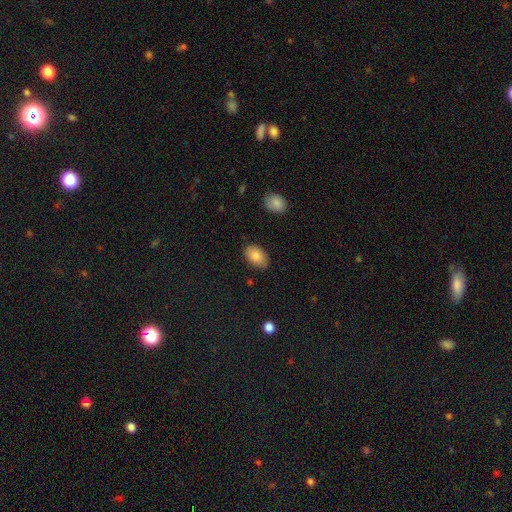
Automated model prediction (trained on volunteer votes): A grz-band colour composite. It shows a smooth galaxy with no disk features (85%) that is in between round and cigar-shaped (91%). Merging: none (83%).